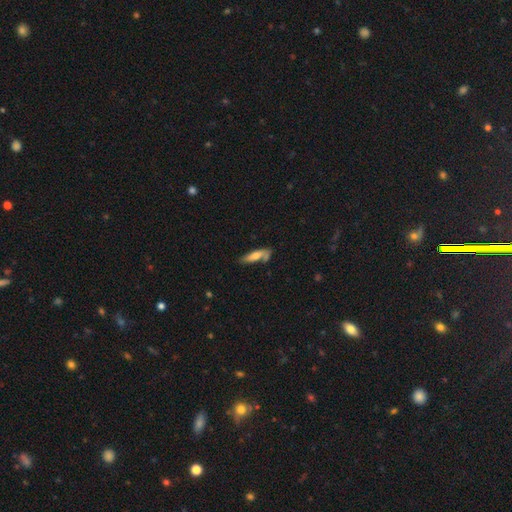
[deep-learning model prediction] This appears to be a smooth galaxy with no disk features (61%) that is cigar-shaped (59%). Merging: none (55%).